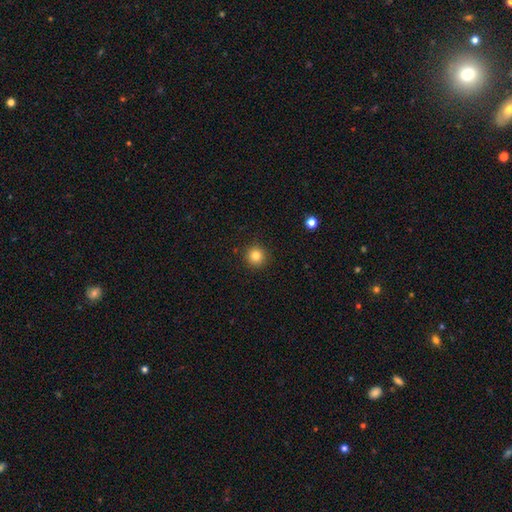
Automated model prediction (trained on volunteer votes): A smooth galaxy with no disk features (82%) that is round (95%). Merging: none (92%).